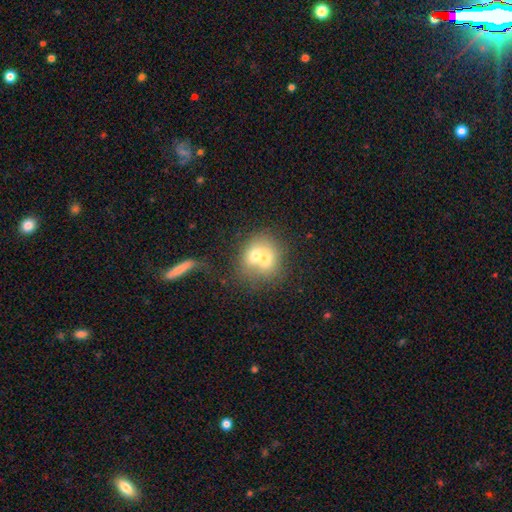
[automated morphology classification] A smooth galaxy with no disk features (62%) that is round (68%).

Vote fractions:
- Smooth or featured? smooth: 62% / featured or disk: 28% / star or artifact: 10%
- How rounded? round: 68% / in between: 31% / cigar-shaped: 1%
- Merging? merger: 69% / none: 21% / minor disturbance: 6% / major disturbance: 4%